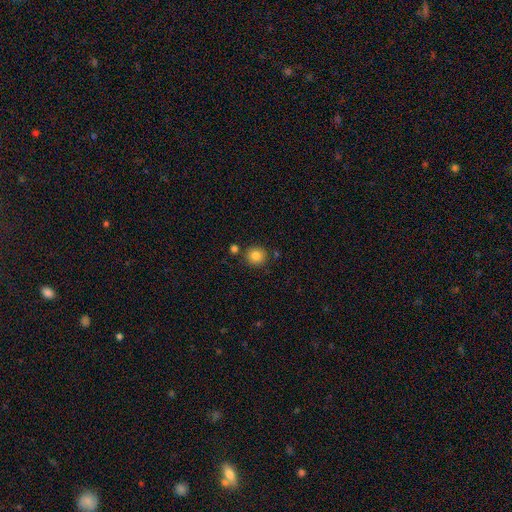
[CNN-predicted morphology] Smooth or featured: smooth — 84% (star or artifact — 11%)
How rounded: round — 91% (in between — 8%)
Merging: none — 83% (minor disturbance — 8%)